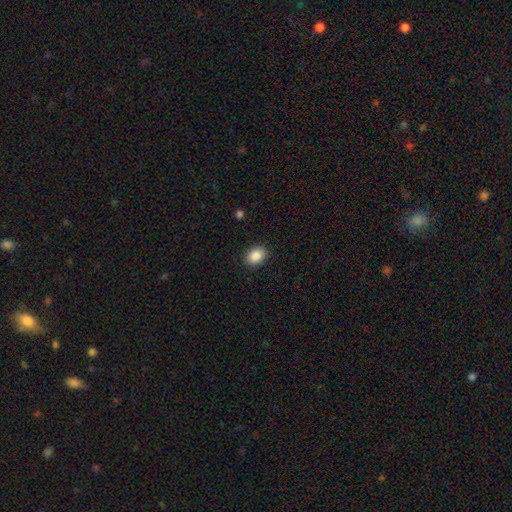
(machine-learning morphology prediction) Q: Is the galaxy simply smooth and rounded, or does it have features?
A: smooth — 88%.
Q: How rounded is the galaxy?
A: in between — 71%.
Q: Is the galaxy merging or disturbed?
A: none — 89%.